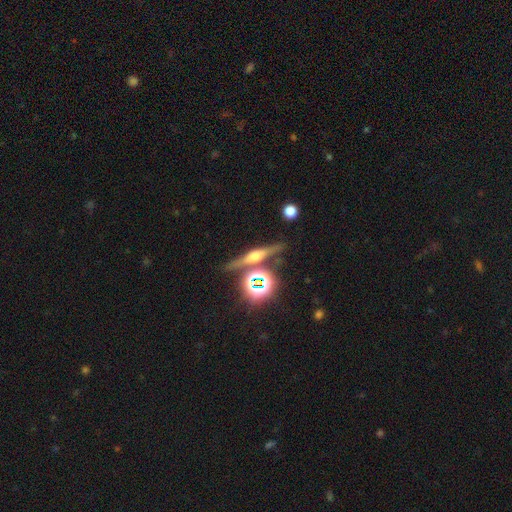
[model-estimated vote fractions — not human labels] A featured or disk galaxy (63%) viewed edge-on (93%) with a rounded central bulge (88%).

Vote fractions:
- Smooth or featured? featured or disk: 63% / smooth: 20% / star or artifact: 17%
- Edge-on disk? yes: 93% / no: 7%
- Edge-on bulge? rounded: 88% / boxy: 8% / none: 4%
- Merging? none: 80% / minor disturbance: 10% / merger: 7% / major disturbance: 3%